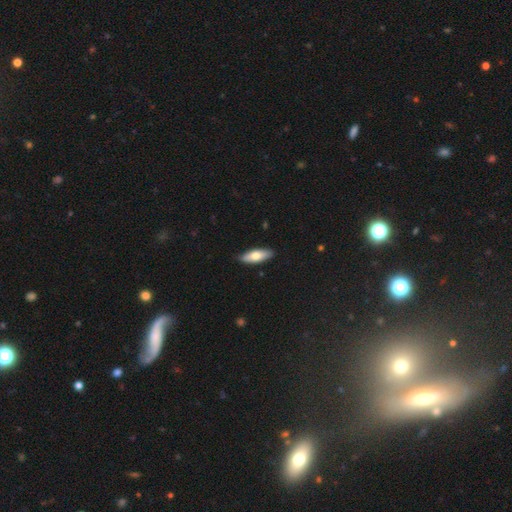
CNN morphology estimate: Smooth or featured?
  - smooth: 70% *
  - featured or disk: 25%
  - star or artifact: 5%
How rounded?
  - in between: 64% *
  - cigar-shaped: 34%
  - round: 2%
Merging?
  - none: 88% *
  - minor disturbance: 10%
  - major disturbance: 2%
  - merger: 1%